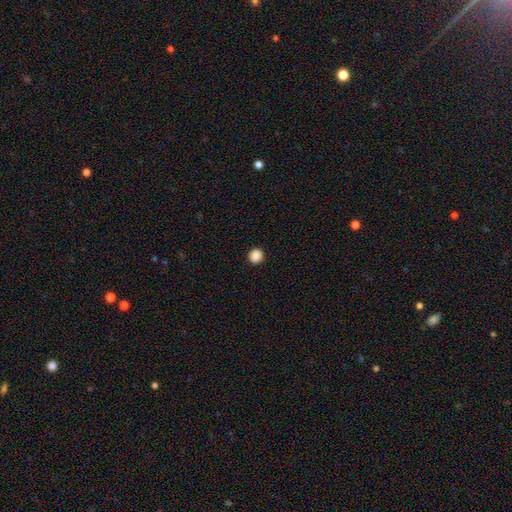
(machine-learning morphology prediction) Smooth or featured?
  - smooth: 88% *
  - star or artifact: 9%
  - featured or disk: 2%
How rounded?
  - round: 88% *
  - in between: 11%
  - cigar-shaped: 1%
Merging?
  - none: 92% *
  - minor disturbance: 5%
  - major disturbance: 2%
  - merger: 1%